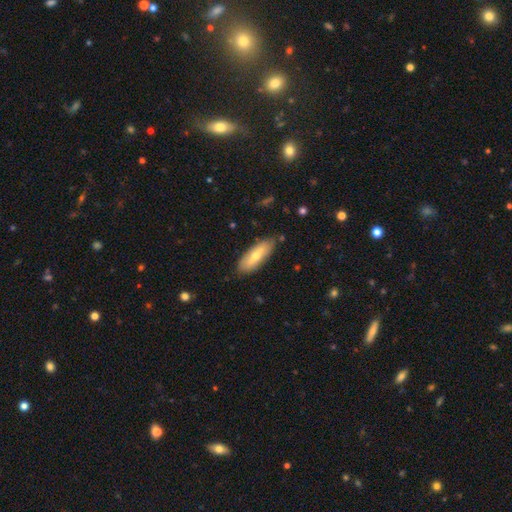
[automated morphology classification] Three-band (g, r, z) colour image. It shows a smooth galaxy with no disk features (64%) that is in between round and cigar-shaped (61%). Merging: none (83%).